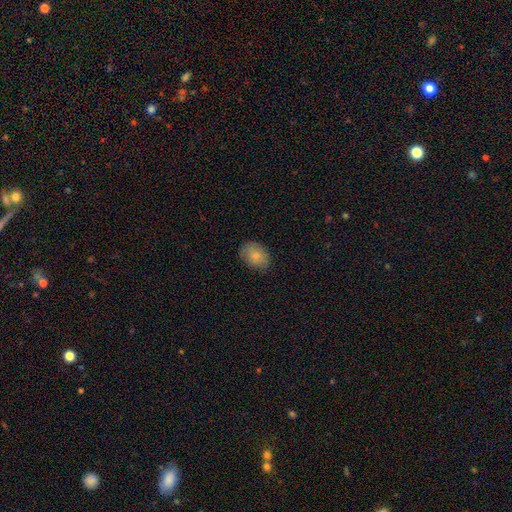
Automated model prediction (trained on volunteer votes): Morphology: type=smooth (83%); roundness=in between (68%); merging=none (77%).